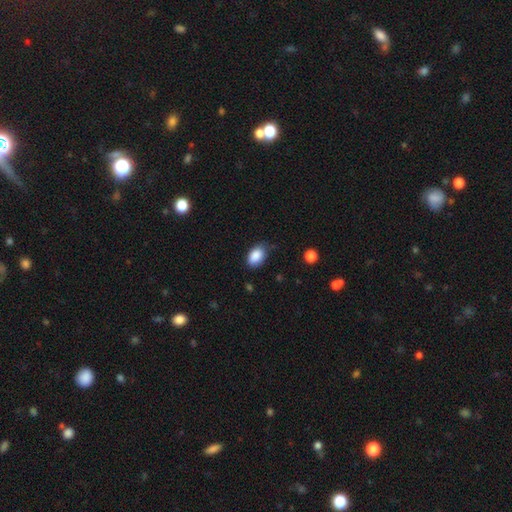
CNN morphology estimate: Smooth or featured: smooth — 87% (star or artifact — 7%)
How rounded: in between — 90% (round — 9%)
Merging: none — 67% (minor disturbance — 26%)